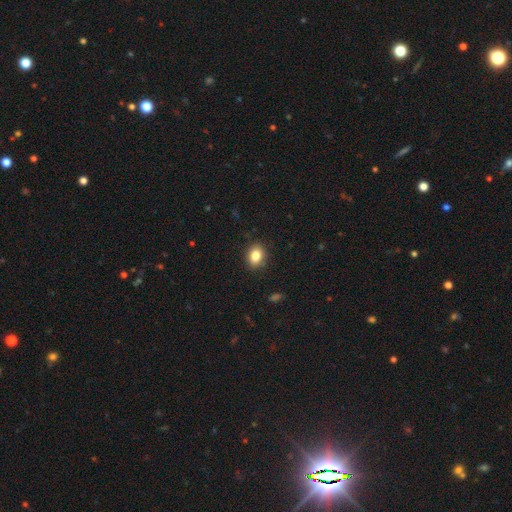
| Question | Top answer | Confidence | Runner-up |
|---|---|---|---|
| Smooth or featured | smooth | 87% | featured or disk (8%) |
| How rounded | in between | 82% | round (18%) |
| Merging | none | 92% | minor disturbance (5%) |